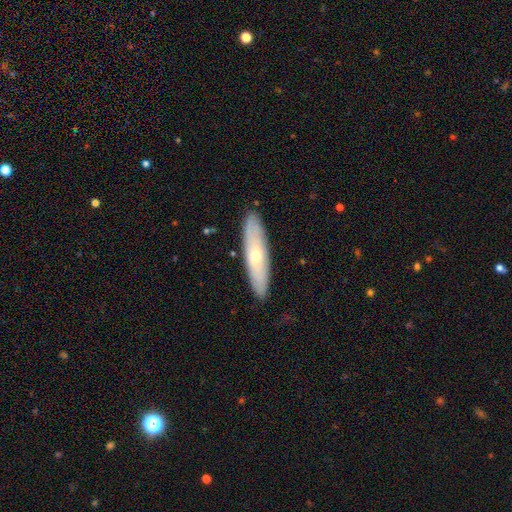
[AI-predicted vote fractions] This is possibly a smooth galaxy (47%, tied with featured or disk). Merging: clearly none (89%).